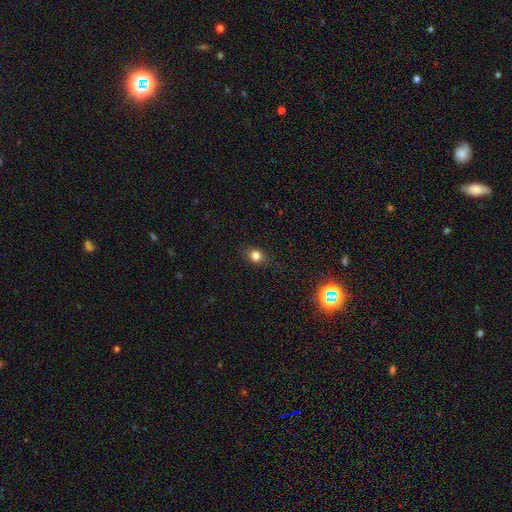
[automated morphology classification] Q: Smooth or featured?
A: smooth (80%); runner-up: star or artifact (13%)
Q: How rounded?
A: round (55%); runner-up: in between (43%)
Q: Merging?
A: none (84%); runner-up: minor disturbance (12%)